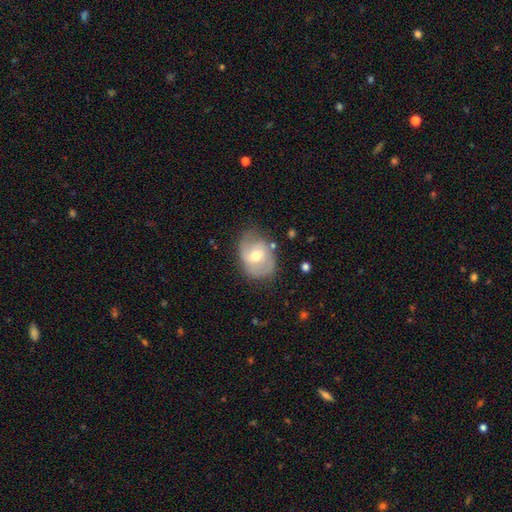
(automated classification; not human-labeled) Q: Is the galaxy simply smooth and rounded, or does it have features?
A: featured or disk — 51%.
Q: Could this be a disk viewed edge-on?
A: no — 95%.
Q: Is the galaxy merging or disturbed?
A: none — 60%.